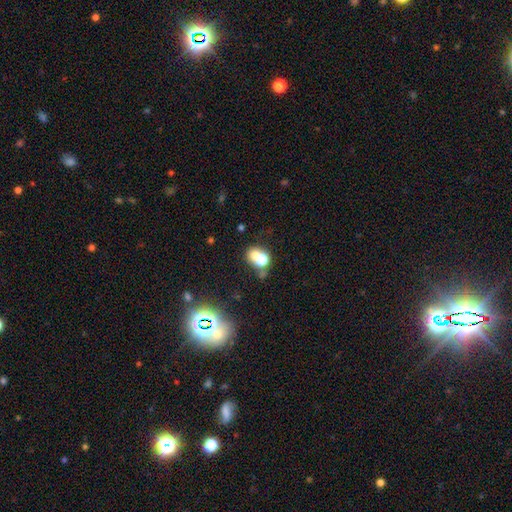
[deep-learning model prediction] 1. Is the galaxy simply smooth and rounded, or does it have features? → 65% smooth, 20% featured or disk, 15% star or artifact.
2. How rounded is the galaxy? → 65% round, 34% in between, 1% cigar-shaped.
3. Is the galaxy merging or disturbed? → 58% merger, 30% none, 7% minor disturbance, 5% major disturbance.